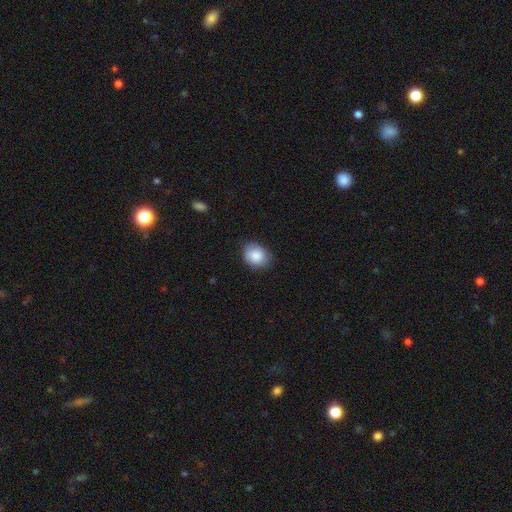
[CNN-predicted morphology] A smooth galaxy with no disk features (85%) that is round (50%). Merging: none (78%).